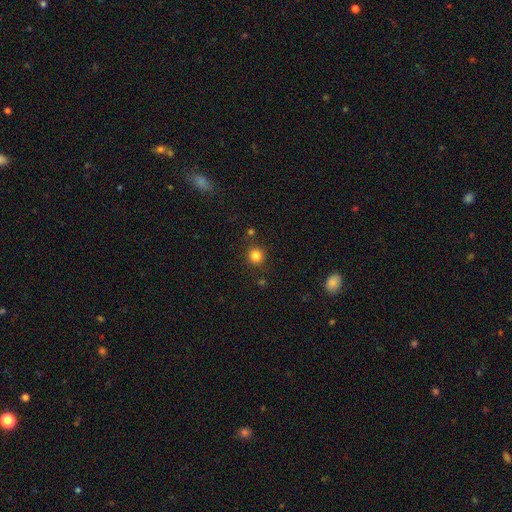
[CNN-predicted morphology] smooth_or_featured: smooth (p=0.83) [alt: star or artifact p=0.13]
how_rounded: round (p=0.92) [alt: in between p=0.07]
merging: none (p=0.87) [alt: minor disturbance p=0.07]